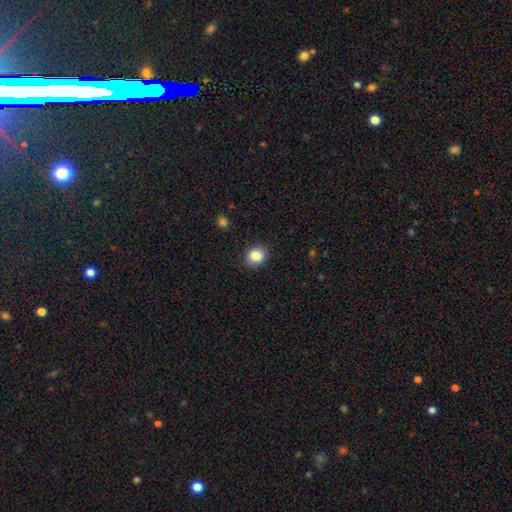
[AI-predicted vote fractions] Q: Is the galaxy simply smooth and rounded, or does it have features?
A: smooth — 86%.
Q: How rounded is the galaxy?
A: round — 74%.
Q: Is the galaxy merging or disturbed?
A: none — 88%.